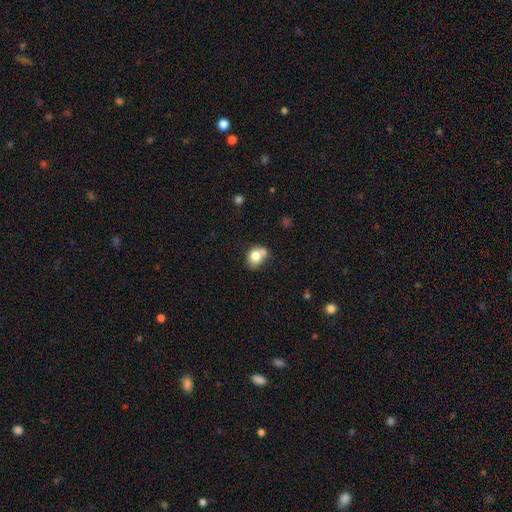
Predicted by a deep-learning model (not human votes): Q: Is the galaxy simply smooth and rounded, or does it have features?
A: smooth — 77%.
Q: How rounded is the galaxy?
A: round — 52%.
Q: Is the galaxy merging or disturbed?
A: none — 48%.